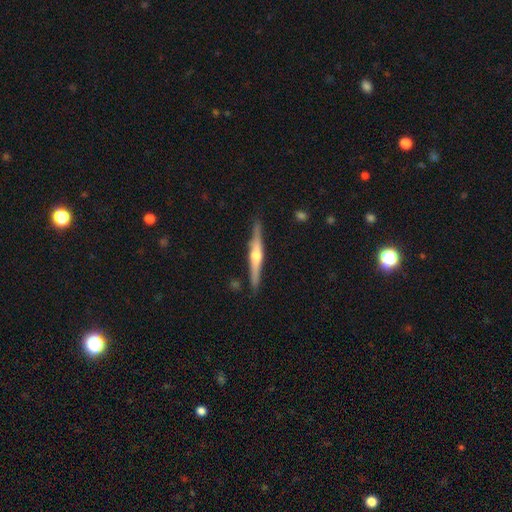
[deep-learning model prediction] smooth_or_featured: featured or disk (p=0.70) [alt: smooth p=0.24]
disk_edge_on: yes (p=0.97) [alt: no p=0.03]
edge_on_bulge: rounded (p=0.89) [alt: boxy p=0.06]
merging: none (p=0.86) [alt: minor disturbance p=0.10]